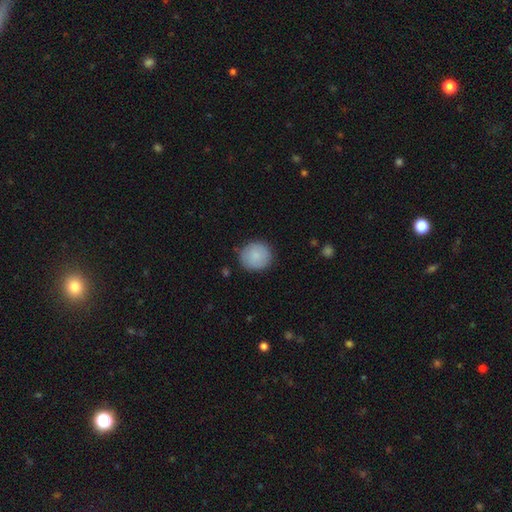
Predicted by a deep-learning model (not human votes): Overall: smooth (85%). How rounded: round (91%). Merging: none (86%).